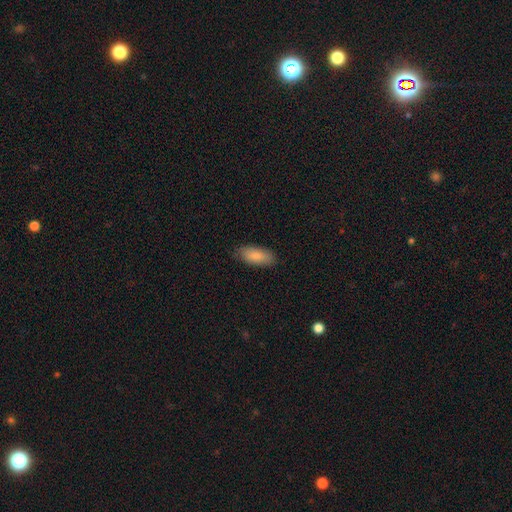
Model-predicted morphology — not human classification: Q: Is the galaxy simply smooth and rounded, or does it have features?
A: smooth — 85%.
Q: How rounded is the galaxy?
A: in between — 84%.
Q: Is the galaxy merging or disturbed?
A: none — 84%.